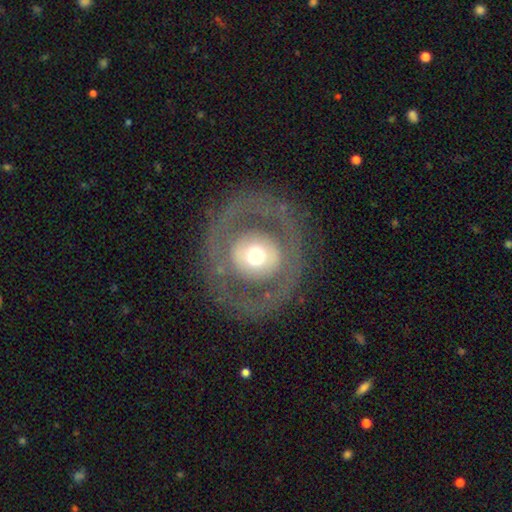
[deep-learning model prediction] Q: Smooth or featured?
A: featured or disk (56%); runner-up: smooth (36%)
Q: Edge-on disk?
A: no (94%); runner-up: yes (6%)
Q: Bar?
A: no (82%); runner-up: weak (12%)
Q: Spiral arms?
A: no (77%); runner-up: yes (23%)
Q: Bulge size?
A: moderate (56%); runner-up: large (26%)
Q: Merging?
A: none (77%); runner-up: major disturbance (12%)